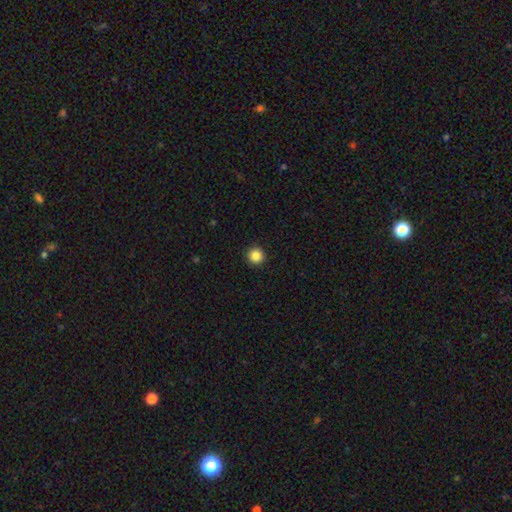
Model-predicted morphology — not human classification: Smooth or featured? Predicted: smooth (p=0.86). How rounded? Predicted: round (p=0.96). Merging? Predicted: none (p=0.93).